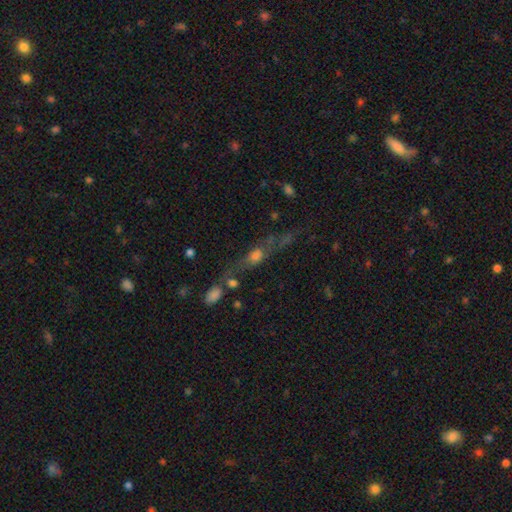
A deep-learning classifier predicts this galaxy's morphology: This is marginally a featured or disk galaxy (44%). Merging: possibly none (47%).